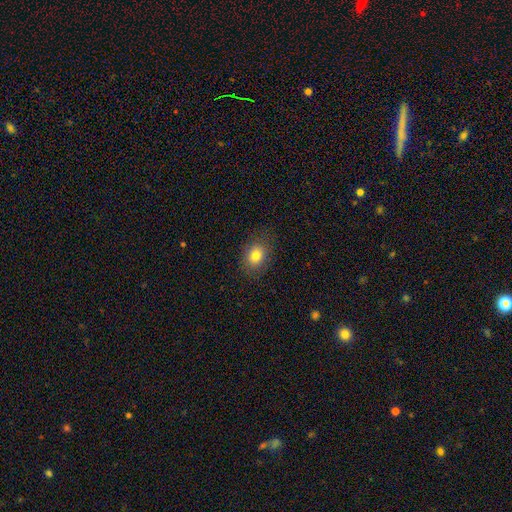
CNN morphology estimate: A smooth galaxy with no disk features (80%) that is in between round and cigar-shaped (54%). Merging: none (84%).